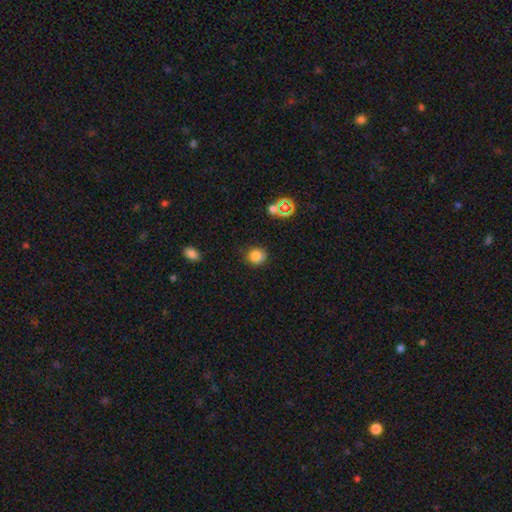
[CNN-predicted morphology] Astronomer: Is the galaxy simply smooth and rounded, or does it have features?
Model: smooth — 81%.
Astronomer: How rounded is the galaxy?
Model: round — 81%.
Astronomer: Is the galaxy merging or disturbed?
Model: none — 78%.